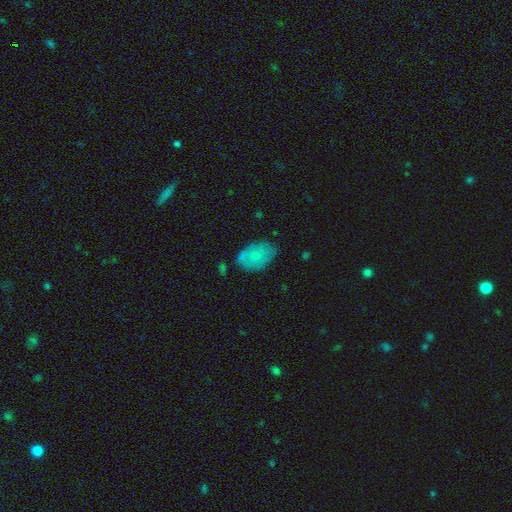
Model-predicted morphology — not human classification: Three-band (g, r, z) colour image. It shows a smooth galaxy with no disk features (64%) that is in between round and cigar-shaped (87%). Merging: none (66%).